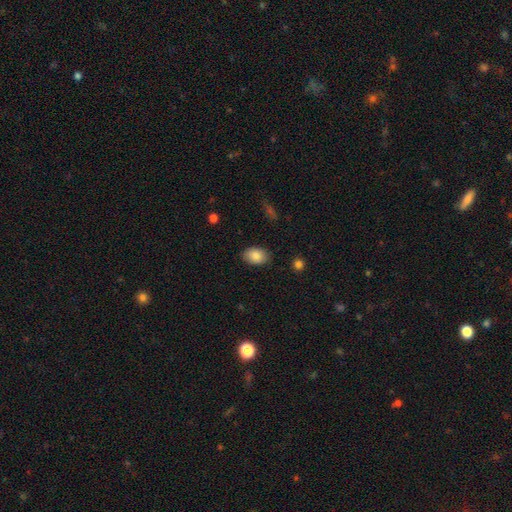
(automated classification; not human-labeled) Smooth or featured: smooth — 86% (star or artifact — 7%)
How rounded: in between — 84% (round — 15%)
Merging: none — 85% (minor disturbance — 12%)